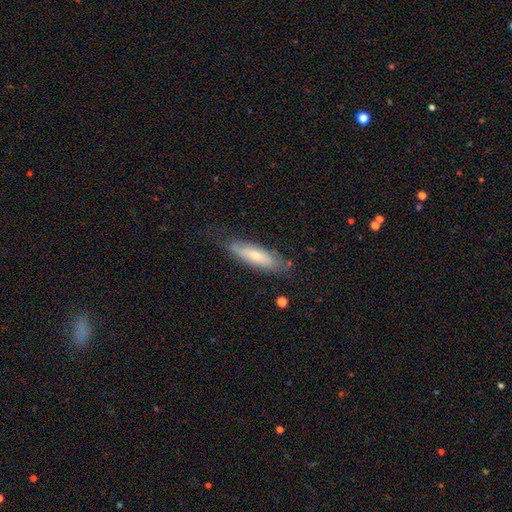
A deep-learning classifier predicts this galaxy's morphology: Q: Smooth or featured?
A: smooth (60%); runner-up: featured or disk (33%)
Q: How rounded?
A: cigar-shaped (60%); runner-up: in between (39%)
Q: Merging?
A: none (70%); runner-up: minor disturbance (22%)